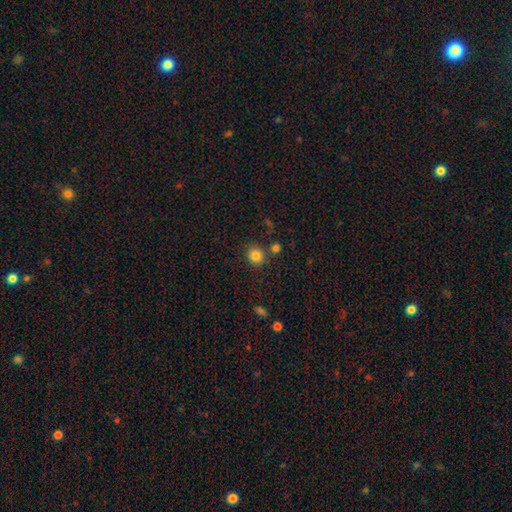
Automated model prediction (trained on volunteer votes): A smooth galaxy with no disk features (83%) that is round (85%).

Vote fractions:
- Smooth or featured? smooth: 83% / star or artifact: 11% / featured or disk: 5%
- How rounded? round: 85% / in between: 14% / cigar-shaped: 1%
- Merging? none: 78% / minor disturbance: 10% / merger: 9% / major disturbance: 3%